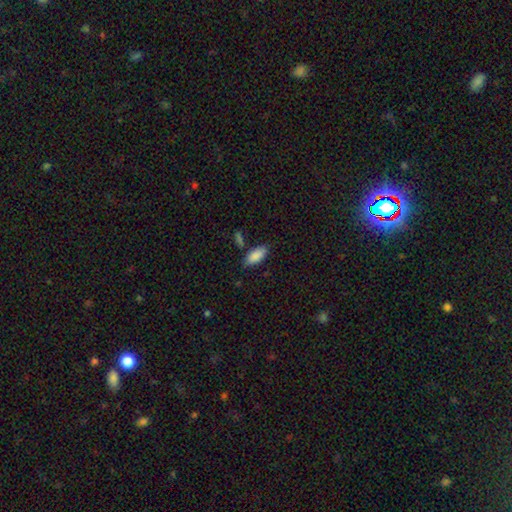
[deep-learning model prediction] smooth_or_featured: smooth (p=0.87) [alt: star or artifact p=0.06]
how_rounded: in between (p=0.88) [alt: cigar-shaped p=0.10]
merging: none (p=0.71) [alt: minor disturbance p=0.19]